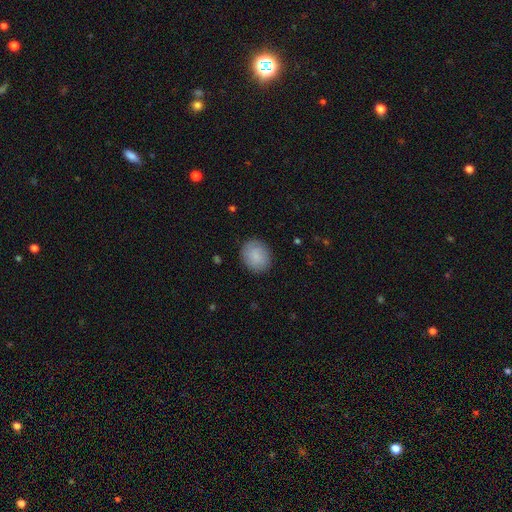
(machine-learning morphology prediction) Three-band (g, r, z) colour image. It shows a smooth galaxy with no disk features (85%) that is round (61%). Merging: none (86%).